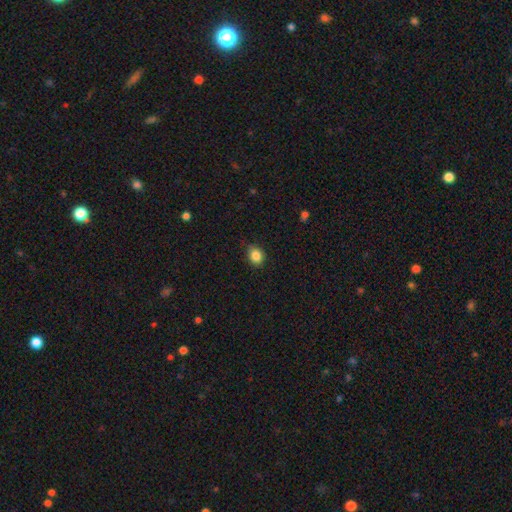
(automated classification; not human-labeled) Smooth or featured: smooth — 85% (star or artifact — 10%)
How rounded: round — 62% (in between — 37%)
Merging: none — 81% (minor disturbance — 15%)